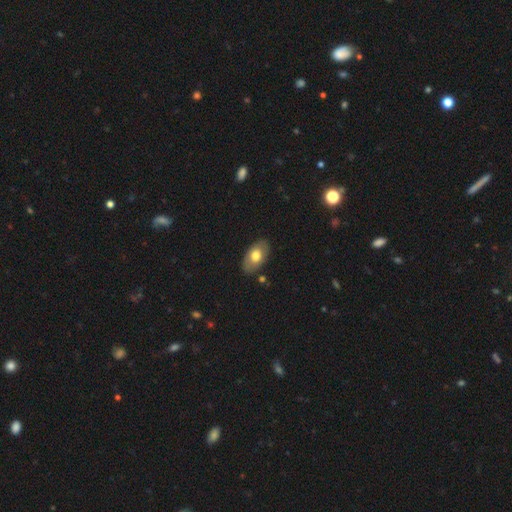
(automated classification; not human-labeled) A smooth galaxy with no disk features (63%) that is in between round and cigar-shaped (92%).

Vote fractions:
- Smooth or featured? smooth: 63% / featured or disk: 31% / star or artifact: 6%
- How rounded? in between: 92% / round: 6% / cigar-shaped: 2%
- Merging? none: 83% / minor disturbance: 12% / major disturbance: 3% / merger: 2%